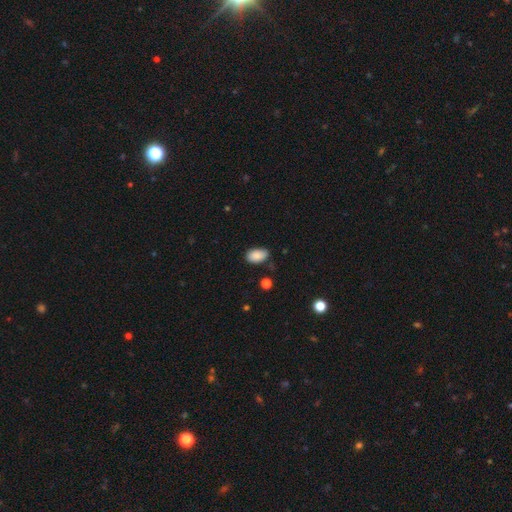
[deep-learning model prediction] The model was most divided on "merging": none: 74%, minor disturbance: 21%, major disturbance: 3%, merger: 2%. More confident: how rounded — in between (93%); smooth or featured — smooth (88%).